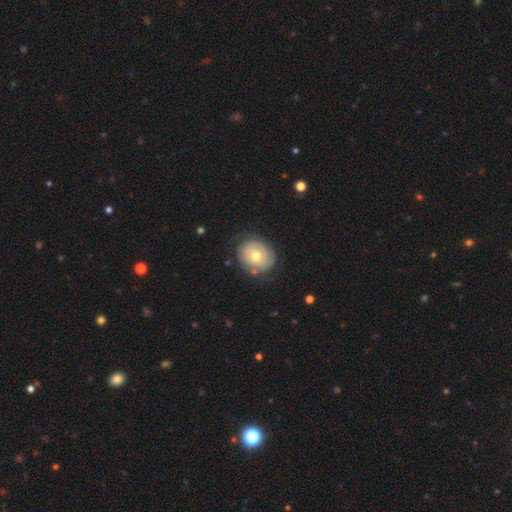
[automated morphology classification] smooth-or-featured: featured or disk: 47% | smooth: 46% | star or artifact: 7%
  merging: none: 72% | minor disturbance: 19% | major disturbance: 7% | merger: 2%